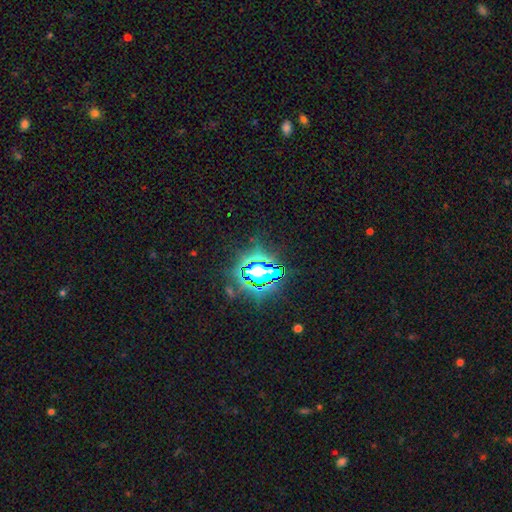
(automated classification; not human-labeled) Overall: star or artifact (78%).